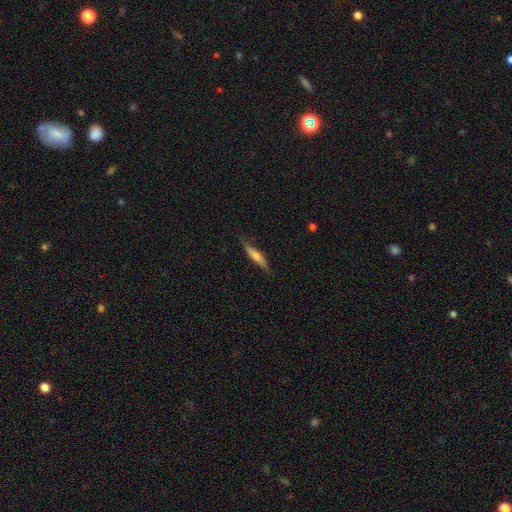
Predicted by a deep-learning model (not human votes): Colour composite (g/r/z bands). It shows a featured or disk galaxy (51%) viewed edge-on (92%). Merging: none (80%).